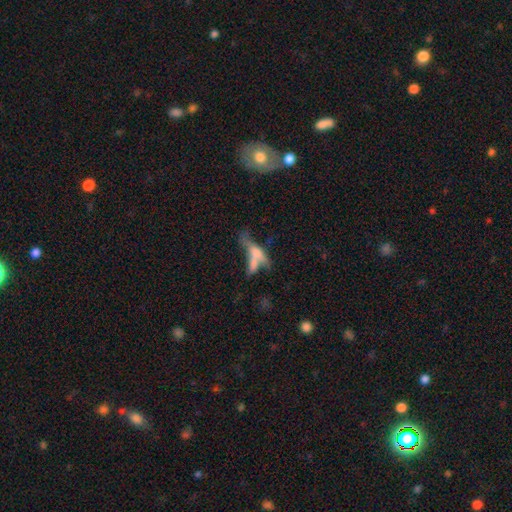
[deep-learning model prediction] smooth_or_featured: smooth (p=0.47) [alt: featured or disk p=0.41]
merging: merger (p=0.49) [alt: none p=0.23]